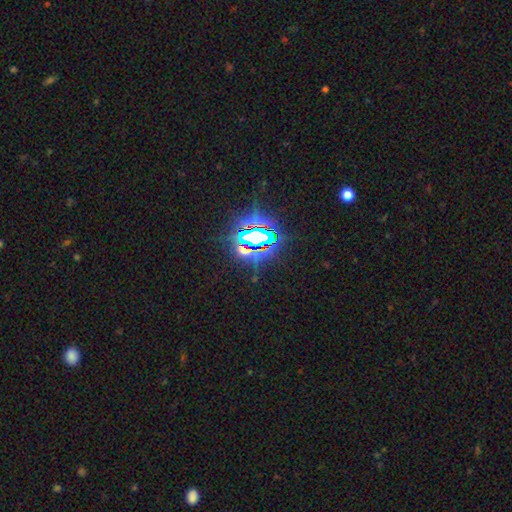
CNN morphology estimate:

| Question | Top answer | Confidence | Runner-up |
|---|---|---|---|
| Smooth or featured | star or artifact | 80% | smooth (11%) |